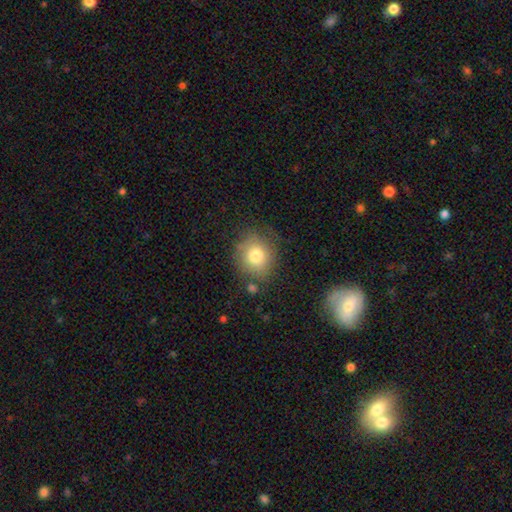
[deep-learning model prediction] smooth-or-featured: smooth: 78% | featured or disk: 12% | star or artifact: 11%
  how-rounded: round: 85% | in between: 14% | cigar-shaped: 1%
  merging: none: 77% | minor disturbance: 14% | major disturbance: 5% | merger: 4%